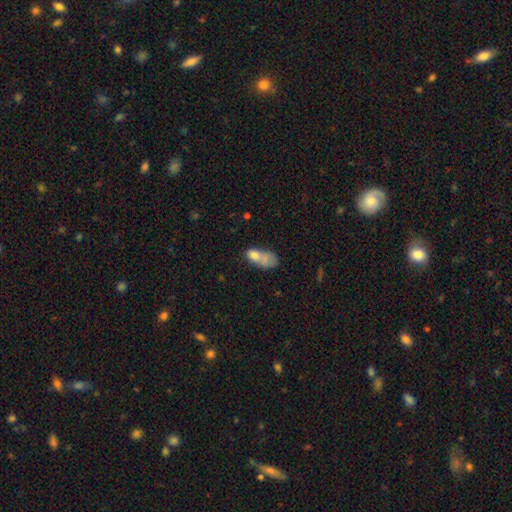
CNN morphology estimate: Smooth or featured?
  - smooth: 68% *
  - featured or disk: 21%
  - star or artifact: 11%
How rounded?
  - in between: 81% *
  - round: 13%
  - cigar-shaped: 7%
Merging?
  - merger: 42% *
  - none: 21%
  - major disturbance: 20%
  - minor disturbance: 17%